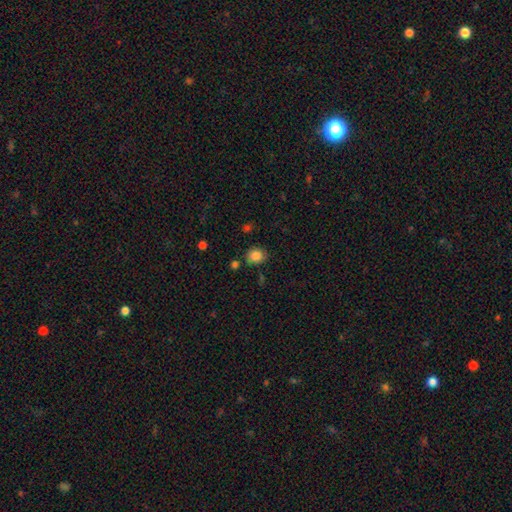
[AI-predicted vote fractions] Morphology: type=smooth (85%); roundness=round (65%); merging=none (78%).